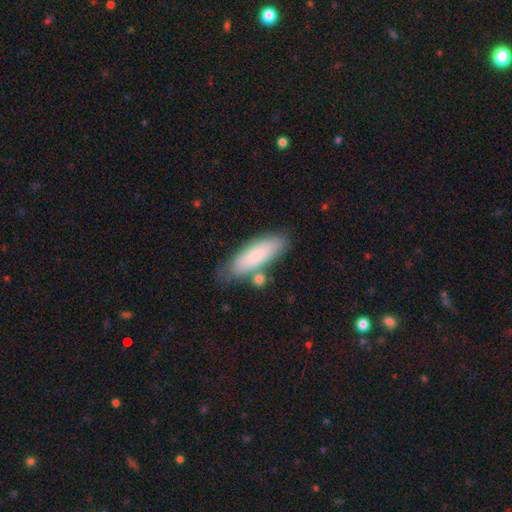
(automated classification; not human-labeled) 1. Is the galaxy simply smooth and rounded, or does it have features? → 79% smooth, 15% featured or disk, 6% star or artifact.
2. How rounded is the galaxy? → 51% in between, 47% cigar-shaped, 2% round.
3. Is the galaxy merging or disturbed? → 72% none, 16% minor disturbance, 8% merger, 4% major disturbance.